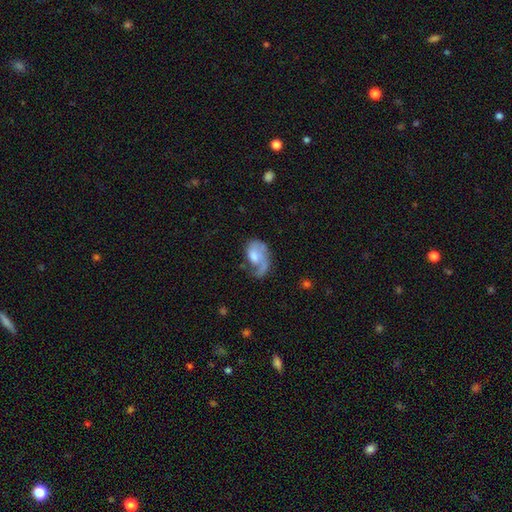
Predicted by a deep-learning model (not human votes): Smooth or featured? Predicted: featured or disk (p=0.65). Edge-on disk? Predicted: no (p=0.97). Bar? Predicted: no (p=0.66). Spiral arms? Predicted: yes (p=0.85). Spiral winding? Predicted: loose (p=0.42). Spiral arm count? Predicted: 1 (p=0.77). Bulge size? Predicted: moderate (p=0.40). Merging? Predicted: major disturbance (p=0.39).